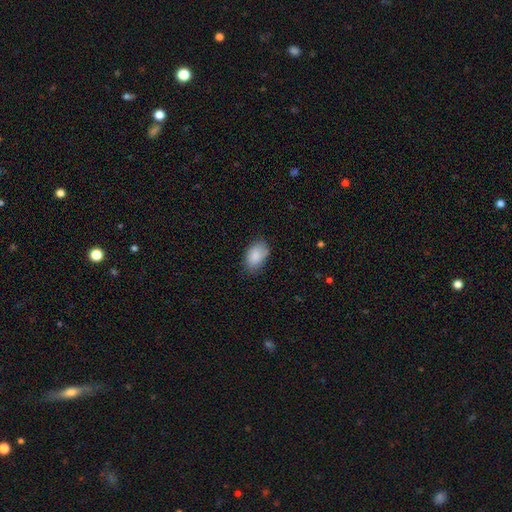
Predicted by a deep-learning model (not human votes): Overall: smooth (86%). How rounded: in between (91%). Merging: none (75%).